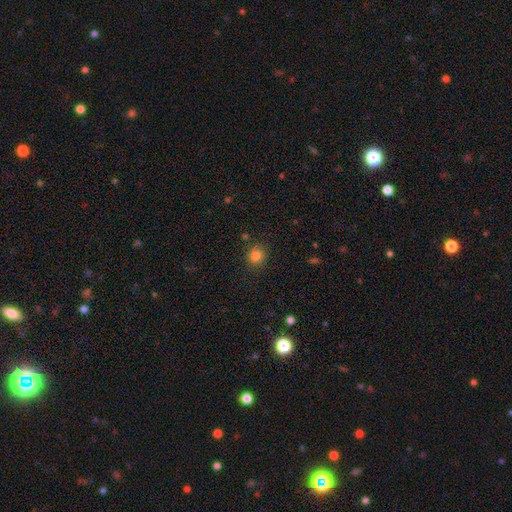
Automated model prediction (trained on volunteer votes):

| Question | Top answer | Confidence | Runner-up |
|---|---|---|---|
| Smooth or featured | smooth | 81% | star or artifact (13%) |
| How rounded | round | 86% | in between (13%) |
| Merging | none | 85% | minor disturbance (10%) |